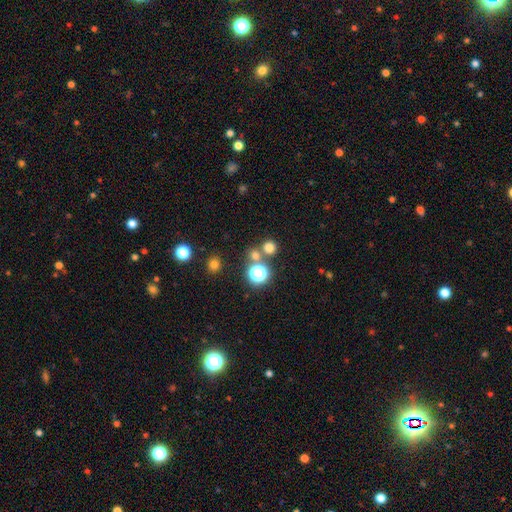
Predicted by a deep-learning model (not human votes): smooth 67%, star or artifact 26%, featured or disk 7%. Down the decision tree: how rounded — round (90%); merging — none (71%).